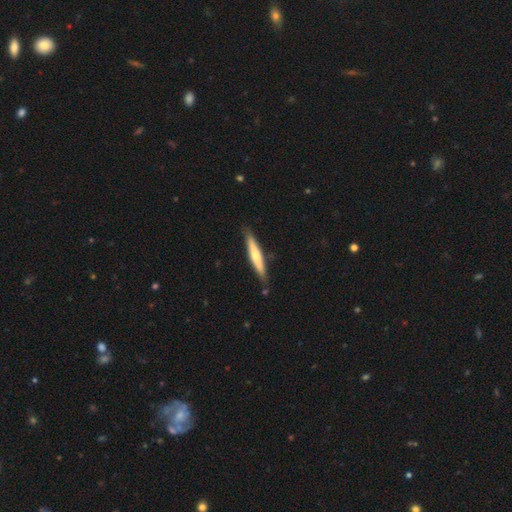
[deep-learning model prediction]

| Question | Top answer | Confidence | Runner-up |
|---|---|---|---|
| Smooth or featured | smooth | 54% | featured or disk (41%) |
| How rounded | cigar-shaped | 92% | in between (7%) |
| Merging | none | 85% | minor disturbance (12%) |